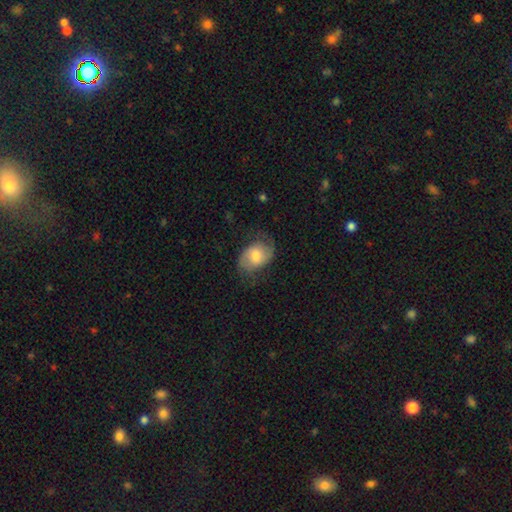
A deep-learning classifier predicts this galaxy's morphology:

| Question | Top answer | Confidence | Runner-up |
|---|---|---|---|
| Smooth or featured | featured or disk | 48% | smooth (44%) |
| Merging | none | 62% | minor disturbance (24%) |